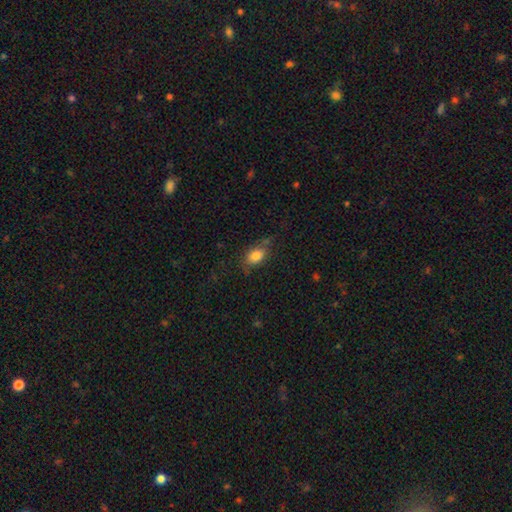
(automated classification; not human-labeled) This is likely a smooth galaxy (79%). How rounded: clearly in between (83%). Merging: likely none (63%).